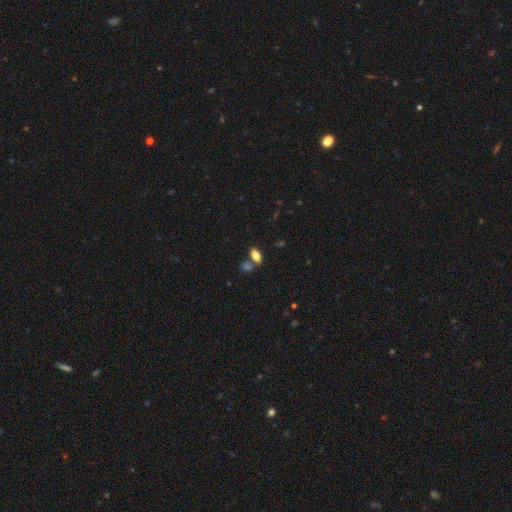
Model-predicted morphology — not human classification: A smooth galaxy with no disk features (79%) that is in between round and cigar-shaped (88%).

Vote fractions:
- Smooth or featured? smooth: 79% / featured or disk: 11% / star or artifact: 10%
- How rounded? in between: 88% / cigar-shaped: 7% / round: 5%
- Merging? none: 62% / merger: 24% / minor disturbance: 11% / major disturbance: 3%